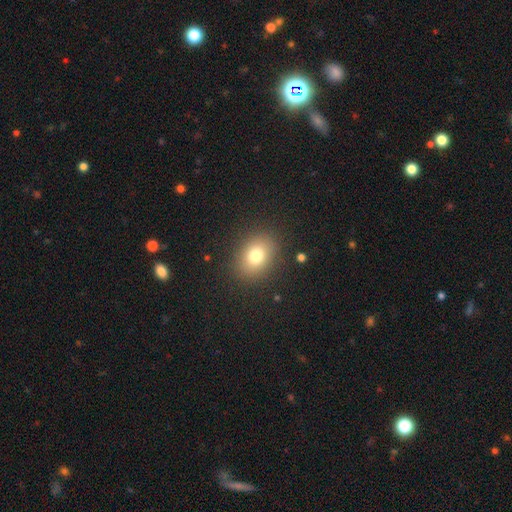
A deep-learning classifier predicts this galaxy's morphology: Q: Smooth or featured?
A: smooth (78%); runner-up: star or artifact (12%)
Q: How rounded?
A: in between (59%); runner-up: round (40%)
Q: Merging?
A: none (87%); runner-up: minor disturbance (8%)